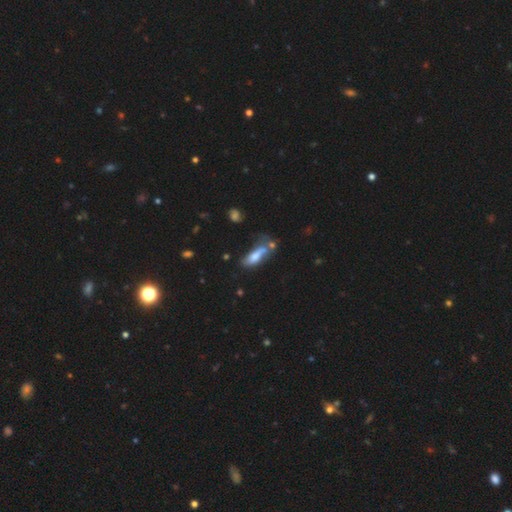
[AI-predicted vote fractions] smooth-or-featured: smooth: 65% | featured or disk: 26% | star or artifact: 9%
  how-rounded: in between: 60% | cigar-shaped: 38% | round: 2%
  merging: none: 35% | minor disturbance: 25% | merger: 23% | major disturbance: 17%